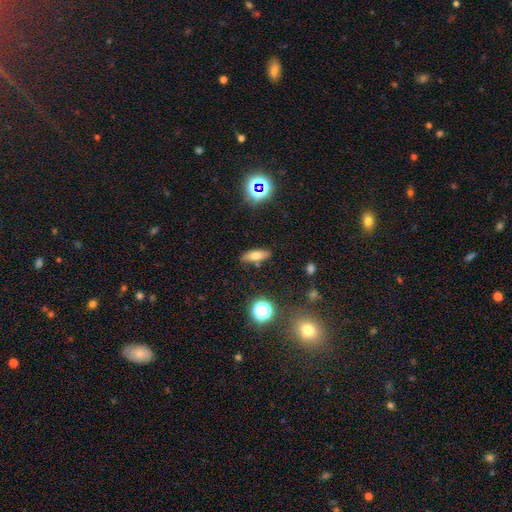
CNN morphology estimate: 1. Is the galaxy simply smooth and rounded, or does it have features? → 68% smooth, 17% featured or disk, 14% star or artifact.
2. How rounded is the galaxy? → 65% in between, 30% cigar-shaped, 5% round.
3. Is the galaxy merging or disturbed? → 83% none, 11% minor disturbance, 3% merger, 3% major disturbance.